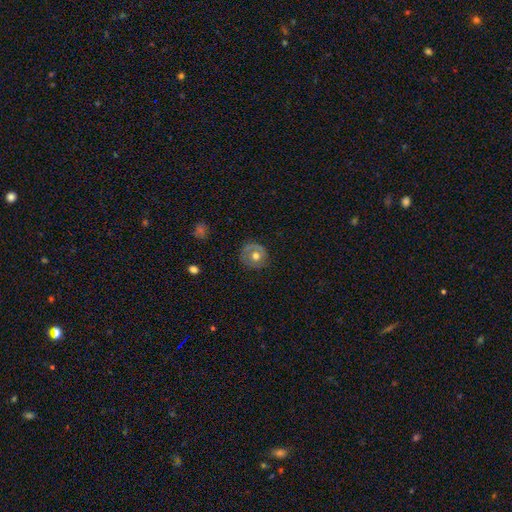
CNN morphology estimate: smooth_or_featured: smooth (p=0.55) [alt: featured or disk p=0.37]
how_rounded: round (p=0.88) [alt: in between p=0.11]
merging: none (p=0.76) [alt: minor disturbance p=0.16]